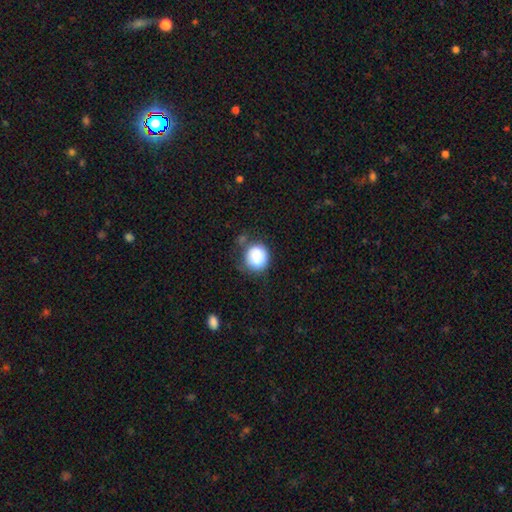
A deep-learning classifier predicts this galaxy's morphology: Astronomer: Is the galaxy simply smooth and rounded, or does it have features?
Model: smooth — 79%.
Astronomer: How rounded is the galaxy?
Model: round — 82%.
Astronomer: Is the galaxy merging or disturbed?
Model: none — 56%.